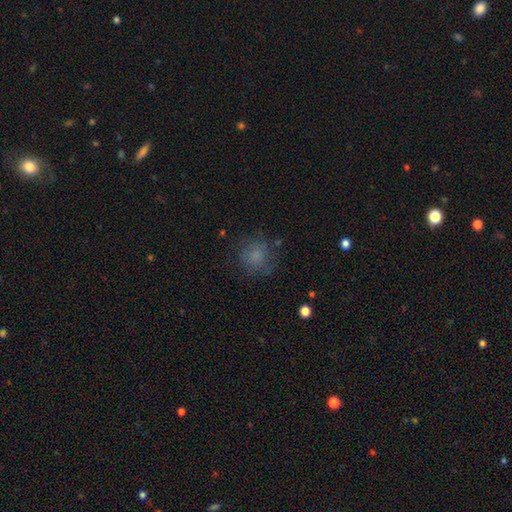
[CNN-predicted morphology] smooth_or_featured: smooth (p=0.74) [alt: star or artifact p=0.15]
how_rounded: round (p=0.86) [alt: in between p=0.13]
merging: none (p=0.73) [alt: minor disturbance p=0.16]